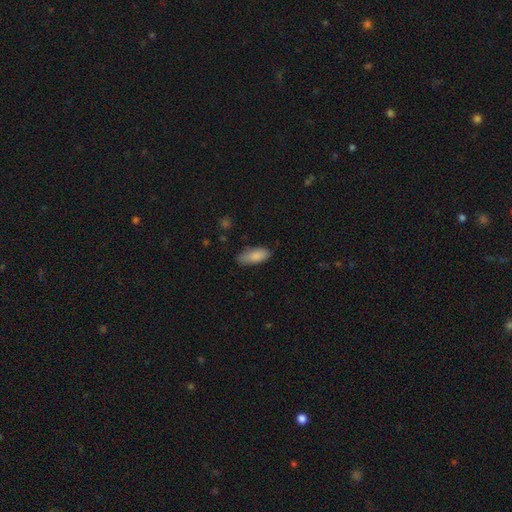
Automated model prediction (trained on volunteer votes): A smooth galaxy with no disk features (86%) that is in between round and cigar-shaped (82%). Merging: none (74%).